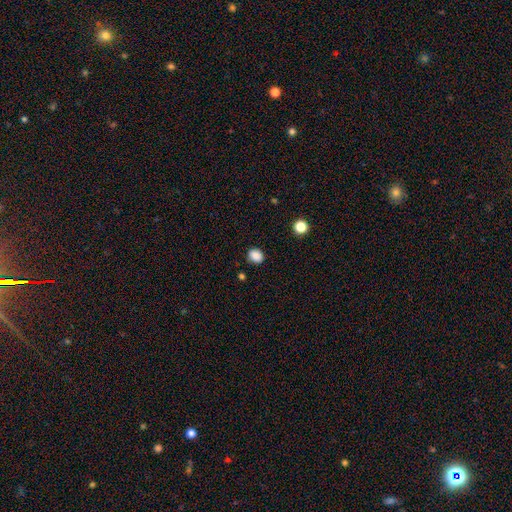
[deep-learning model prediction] Smooth or featured? Predicted: smooth (p=0.86). How rounded? Predicted: round (p=0.54). Merging? Predicted: none (p=0.85).